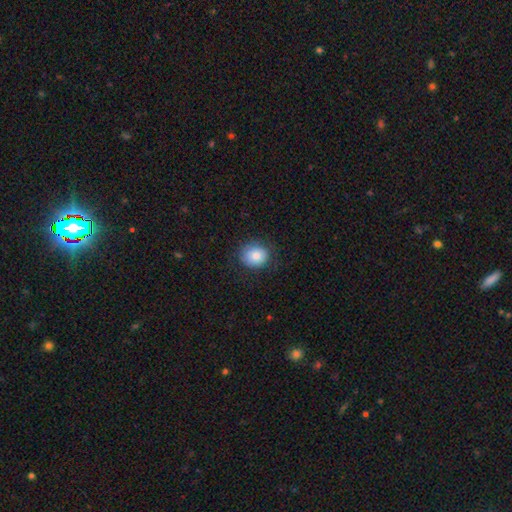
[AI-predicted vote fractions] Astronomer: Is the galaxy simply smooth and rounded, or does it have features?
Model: smooth — 82%.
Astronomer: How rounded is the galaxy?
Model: round — 72%.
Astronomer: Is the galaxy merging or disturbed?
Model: none — 80%.